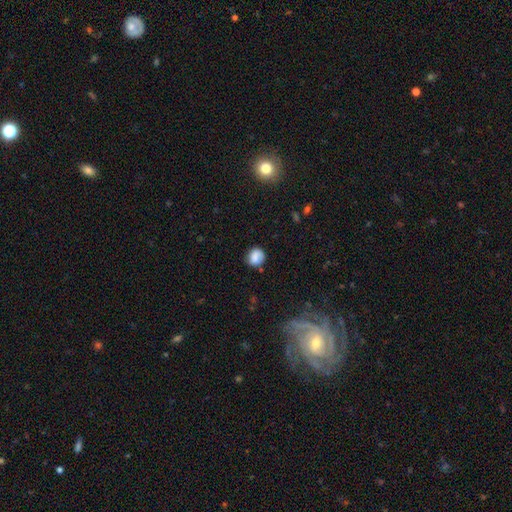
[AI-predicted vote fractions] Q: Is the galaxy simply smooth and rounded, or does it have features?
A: smooth — 79%.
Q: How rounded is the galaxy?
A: round — 79%.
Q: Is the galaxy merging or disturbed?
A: none — 71%.